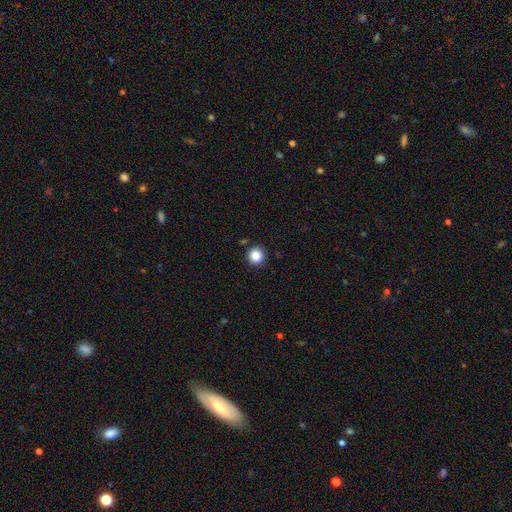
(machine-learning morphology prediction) This is clearly a smooth galaxy (85%). How rounded: clearly round (94%). Merging: clearly none (90%).